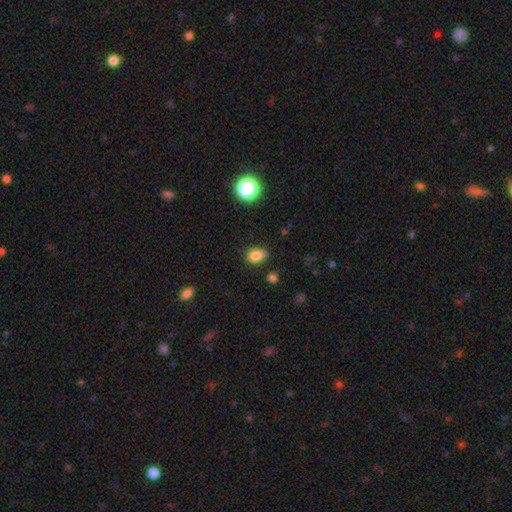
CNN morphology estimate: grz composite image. It shows a smooth galaxy with no disk features (82%) that is in between round and cigar-shaped (72%). Merging: none (69%).